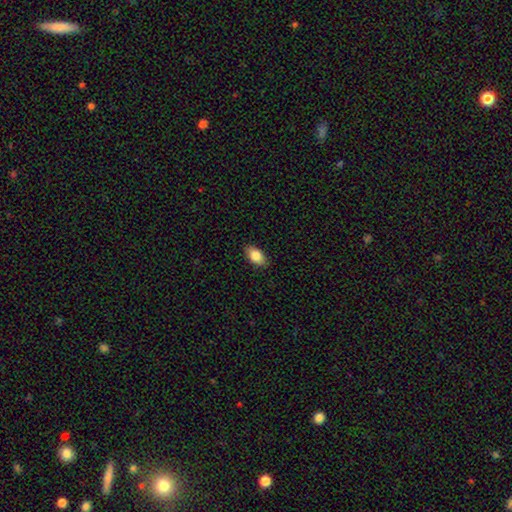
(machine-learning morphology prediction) Smooth or featured? Predicted: smooth (p=0.84). How rounded? Predicted: in between (p=0.92). Merging? Predicted: none (p=0.88).